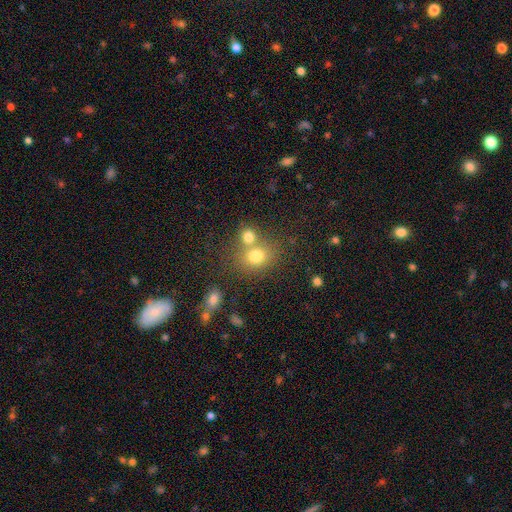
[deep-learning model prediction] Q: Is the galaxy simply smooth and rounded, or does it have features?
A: smooth — 76%.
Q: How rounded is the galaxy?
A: round — 63%.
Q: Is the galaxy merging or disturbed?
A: none — 50%.